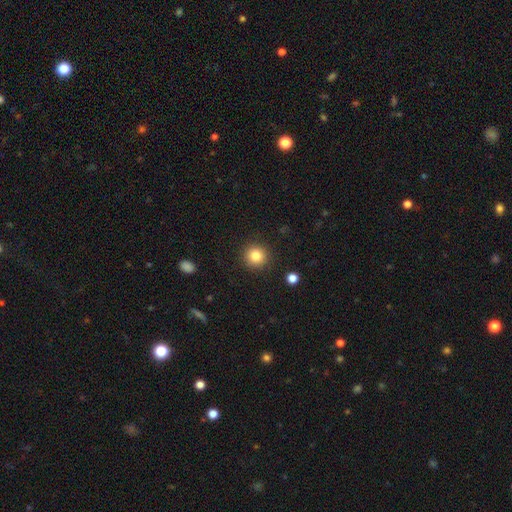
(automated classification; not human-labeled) smooth_or_featured: smooth (p=0.83) [alt: star or artifact p=0.11]
how_rounded: round (p=0.95) [alt: in between p=0.04]
merging: none (p=0.91) [alt: minor disturbance p=0.05]